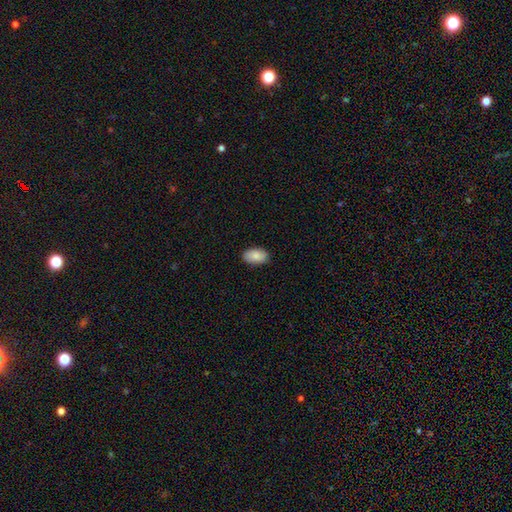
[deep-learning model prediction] smooth 88%, star or artifact 6%, featured or disk 6%. Down the decision tree: how rounded — in between (94%); merging — none (88%).